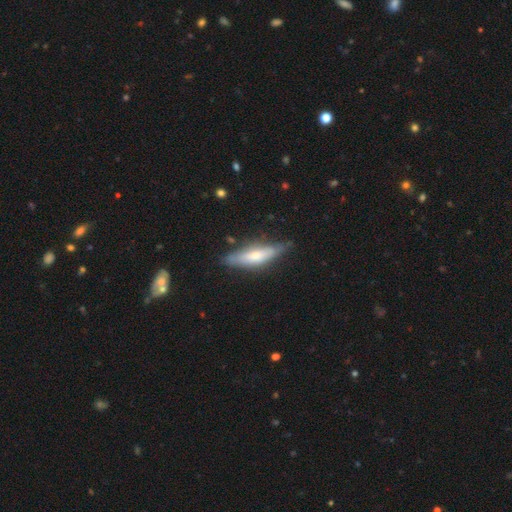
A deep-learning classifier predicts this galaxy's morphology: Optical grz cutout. It shows a featured or disk galaxy (47%, tied with smooth). Merging: none (70%).